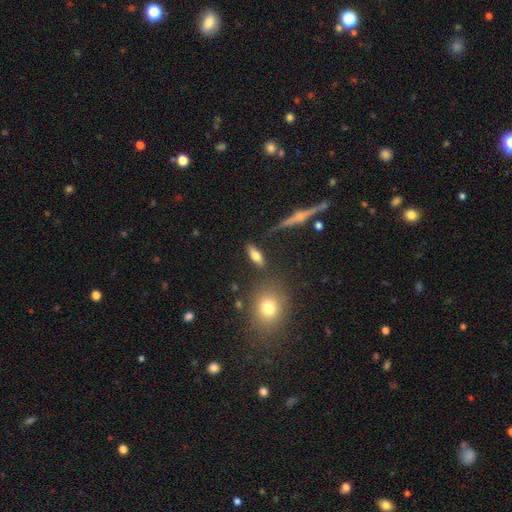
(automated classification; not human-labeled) Smooth or featured: smooth — 70% (featured or disk — 21%)
How rounded: in between — 69% (cigar-shaped — 26%)
Merging: none — 81% (minor disturbance — 11%)